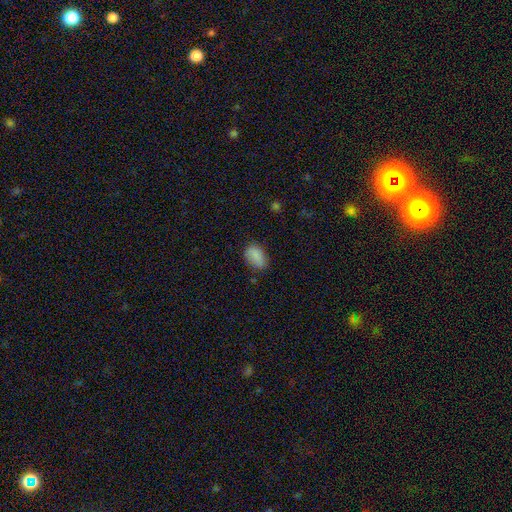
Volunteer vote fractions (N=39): A smooth galaxy with no disk features (97%) that is in between round and cigar-shaped (89%).

Vote fractions:
- Smooth or featured? smooth: 97% / star or artifact: 3% / featured or disk: 0%
- How rounded? in between: 89% / round: 11% / cigar-shaped: 0%
- Merging? none: 74% / minor disturbance: 24% / merger: 3% / major disturbance: 0%